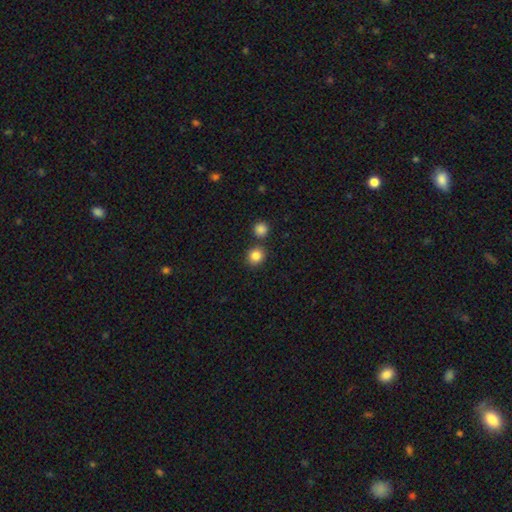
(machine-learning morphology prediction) type=smooth (84%); roundness=round (85%); merging=none (78%).